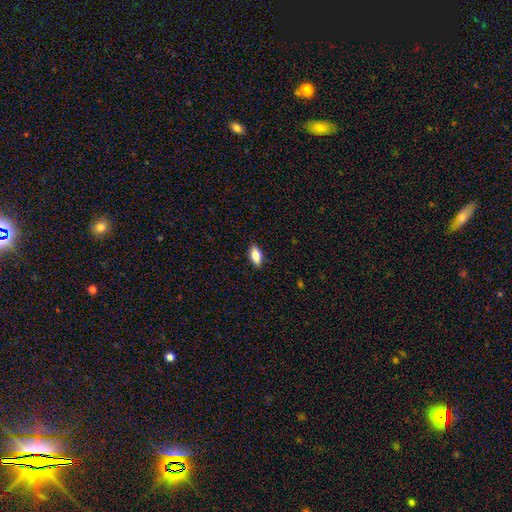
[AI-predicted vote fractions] Morphology: type=smooth (82%); roundness=in between (87%); merging=none (87%).